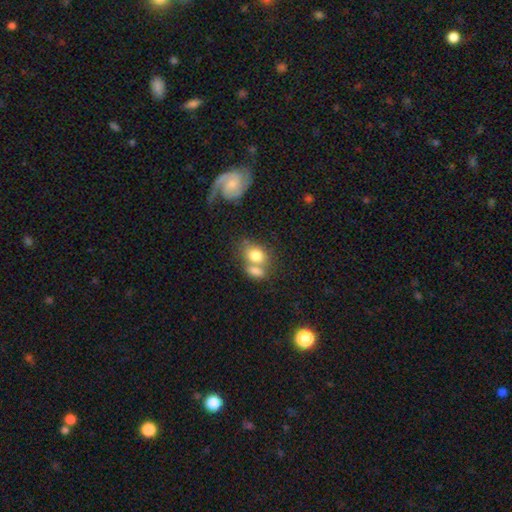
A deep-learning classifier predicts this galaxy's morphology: smooth 76%, featured or disk 15%, star or artifact 8%. Down the decision tree: how rounded — in between (63%); merging — merger (53%).